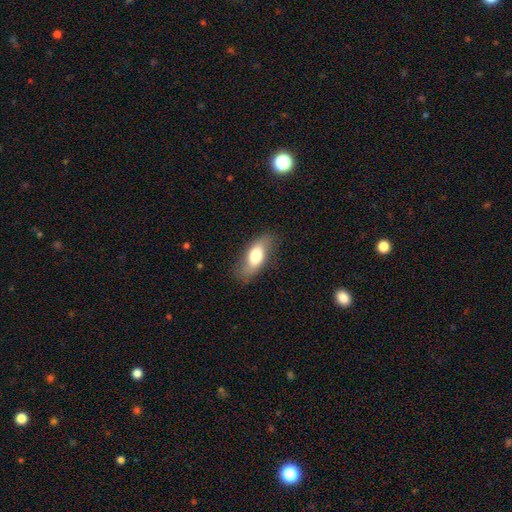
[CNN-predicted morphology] smooth_or_featured: smooth (p=0.66) [alt: featured or disk p=0.28]
how_rounded: in between (p=0.79) [alt: cigar-shaped p=0.17]
merging: none (p=0.78) [alt: minor disturbance p=0.16]